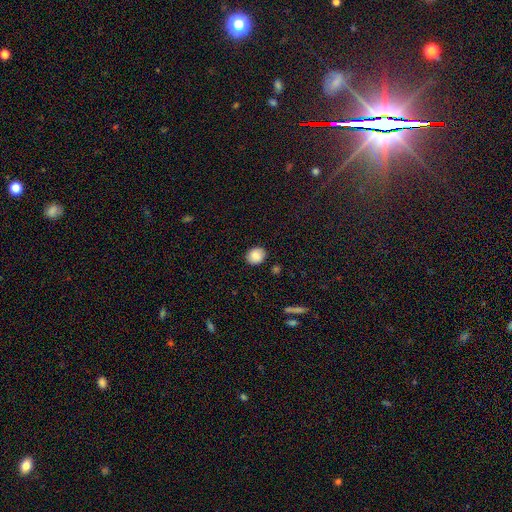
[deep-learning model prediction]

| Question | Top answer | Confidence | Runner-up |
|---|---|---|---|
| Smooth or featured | smooth | 87% | star or artifact (8%) |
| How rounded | round | 68% | in between (32%) |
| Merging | none | 86% | minor disturbance (10%) |